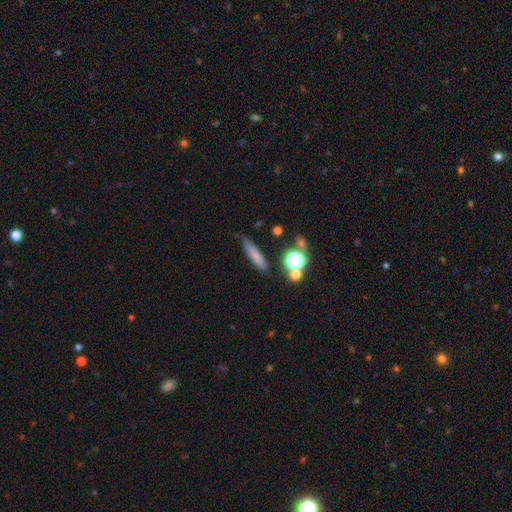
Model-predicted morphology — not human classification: Smooth or featured: smooth — 71% (featured or disk — 17%)
How rounded: cigar-shaped — 80% (in between — 15%)
Merging: none — 75% (minor disturbance — 17%)